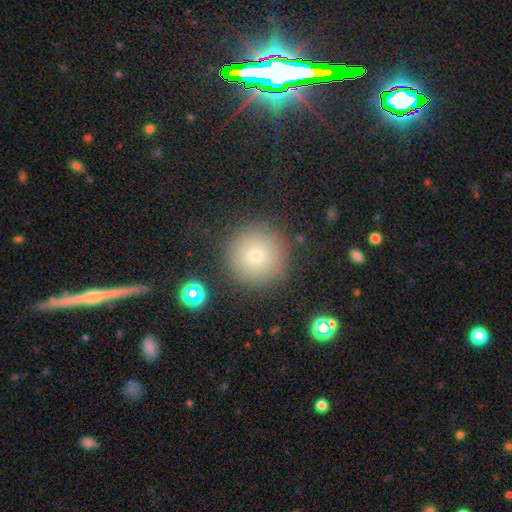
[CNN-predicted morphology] Smooth or featured: smooth — 77% (star or artifact — 13%)
How rounded: round — 96% (in between — 3%)
Merging: none — 86% (minor disturbance — 8%)